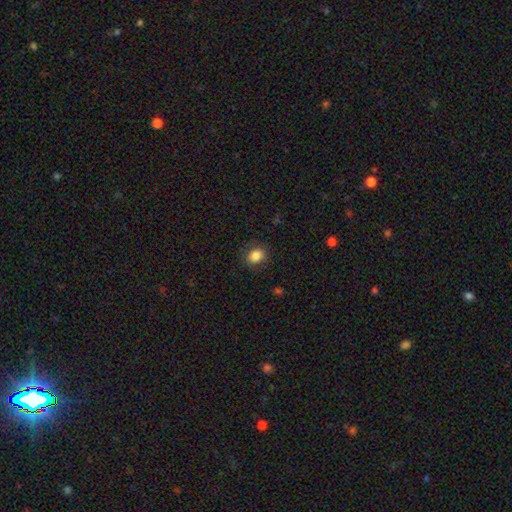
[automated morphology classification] A smooth galaxy with no disk features (85%) that is round (51%).

Vote fractions:
- Smooth or featured? smooth: 85% / star or artifact: 10% / featured or disk: 6%
- How rounded? round: 51% / in between: 48% / cigar-shaped: 1%
- Merging? none: 85% / minor disturbance: 10% / major disturbance: 3% / merger: 1%